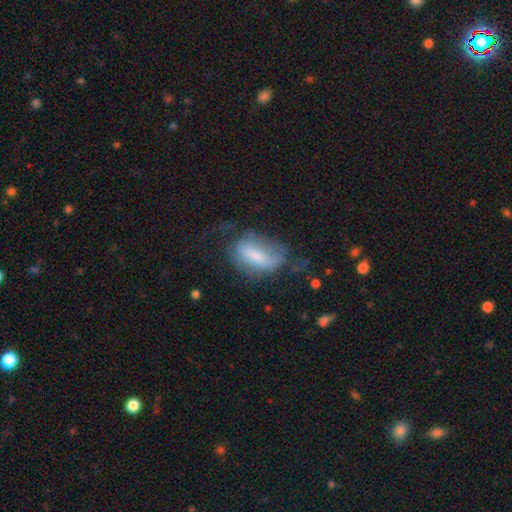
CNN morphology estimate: Smooth or featured?
  - smooth: 56% *
  - featured or disk: 36%
  - star or artifact: 9%
How rounded?
  - in between: 84% *
  - cigar-shaped: 10%
  - round: 6%
Merging?
  - none: 37% *
  - major disturbance: 31%
  - minor disturbance: 28%
  - merger: 3%